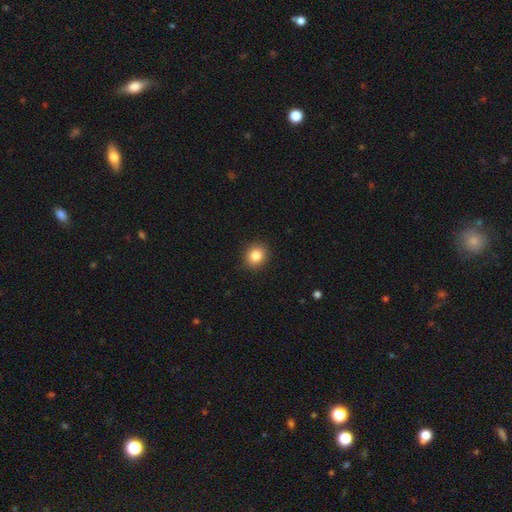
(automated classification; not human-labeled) Smooth or featured? Predicted: smooth (p=0.84). How rounded? Predicted: round (p=0.77). Merging? Predicted: none (p=0.91).